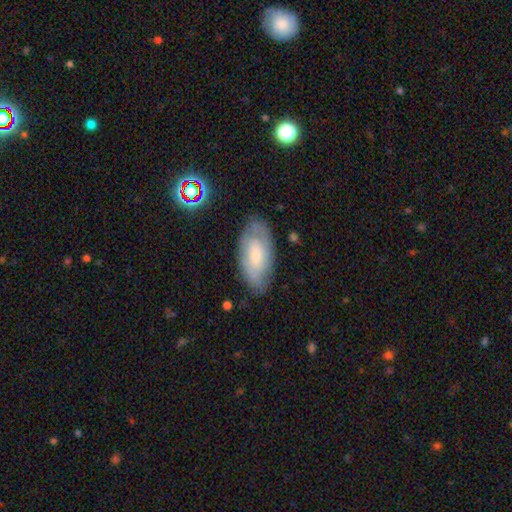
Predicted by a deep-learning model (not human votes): This is possibly a smooth galaxy (49%). Merging: likely none (74%).